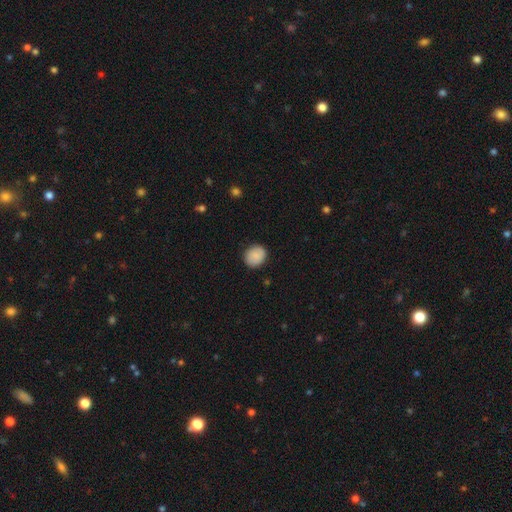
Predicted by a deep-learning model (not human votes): Smooth or featured? Predicted: smooth (p=0.87). How rounded? Predicted: round (p=0.73). Merging? Predicted: none (p=0.88).